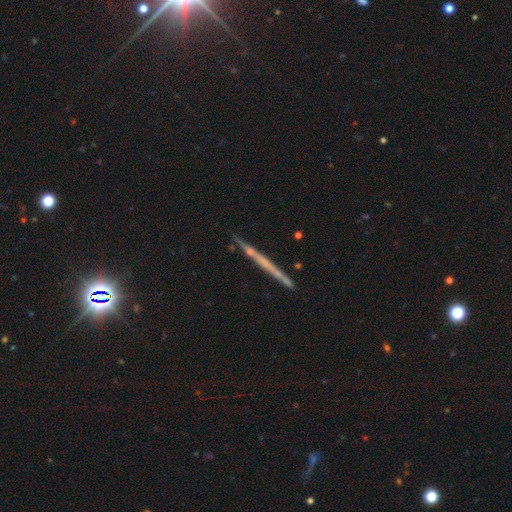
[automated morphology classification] Overall: featured or disk (62%; smooth 30%). Edge-on disk: yes (97%). Edge-on bulge: none (84%). Merging: none (85%).